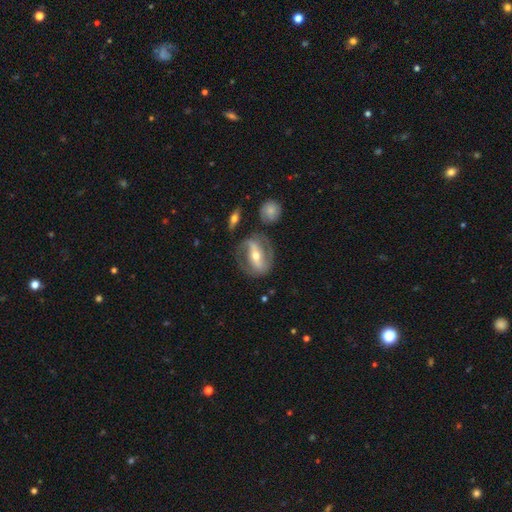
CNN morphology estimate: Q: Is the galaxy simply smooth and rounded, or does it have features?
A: featured or disk — 78%.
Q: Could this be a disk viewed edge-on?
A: no — 89%.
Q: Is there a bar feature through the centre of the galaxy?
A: strong — 65%.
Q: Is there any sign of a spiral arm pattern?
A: yes — 80%.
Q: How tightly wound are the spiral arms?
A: medium — 42%.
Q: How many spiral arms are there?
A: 2 — 83%.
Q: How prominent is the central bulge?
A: moderate — 59%.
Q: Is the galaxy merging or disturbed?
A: none — 72%.